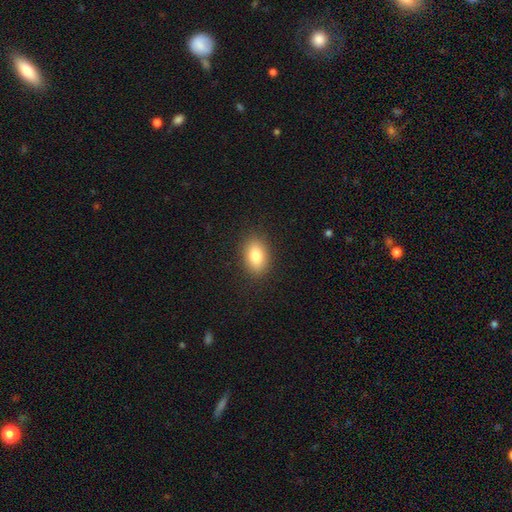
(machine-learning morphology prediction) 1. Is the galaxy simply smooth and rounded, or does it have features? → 83% smooth, 9% featured or disk, 8% star or artifact.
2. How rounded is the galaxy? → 86% in between, 12% round, 2% cigar-shaped.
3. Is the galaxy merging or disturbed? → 88% none, 9% minor disturbance, 3% major disturbance, 1% merger.